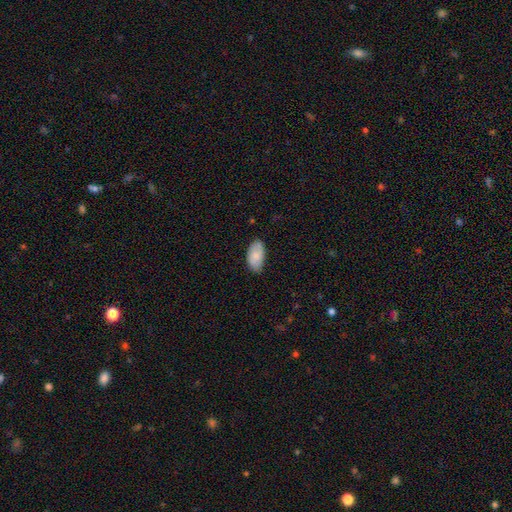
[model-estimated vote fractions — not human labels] Smooth or featured: smooth — 78% (featured or disk — 16%)
How rounded: in between — 95% (round — 3%)
Merging: none — 74% (minor disturbance — 22%)